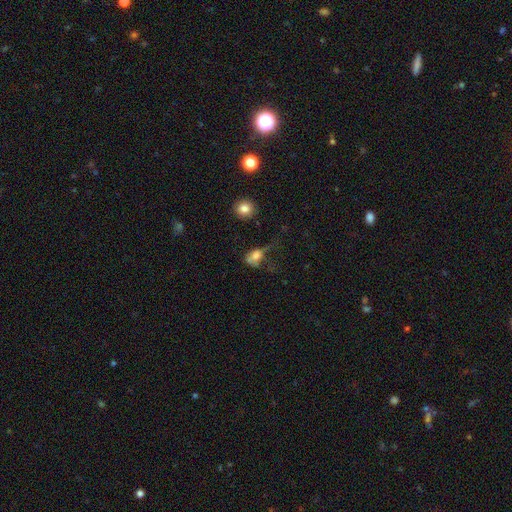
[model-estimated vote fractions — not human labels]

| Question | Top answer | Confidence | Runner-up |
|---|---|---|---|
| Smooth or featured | smooth | 64% | featured or disk (24%) |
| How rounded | in between | 70% | round (25%) |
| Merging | major disturbance | 54% | none (20%) |